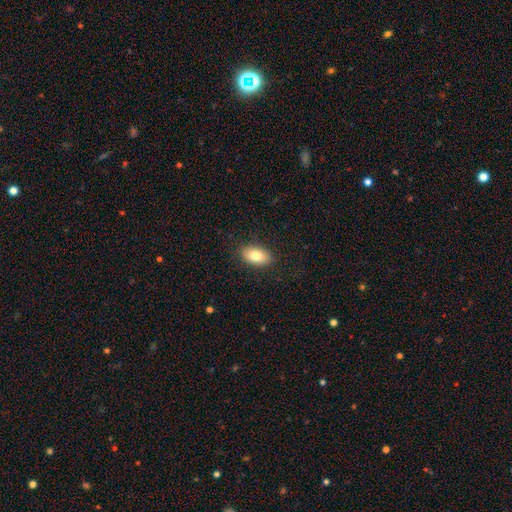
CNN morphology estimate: smooth_or_featured: smooth (p=0.81) [alt: featured or disk p=0.12]
how_rounded: in between (p=0.92) [alt: round p=0.06]
merging: none (p=0.88) [alt: minor disturbance p=0.09]